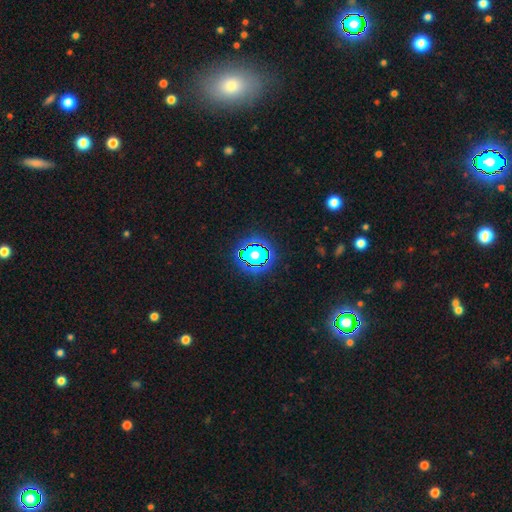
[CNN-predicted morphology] Smooth or featured?
  - star or artifact: 76% *
  - smooth: 16%
  - featured or disk: 9%